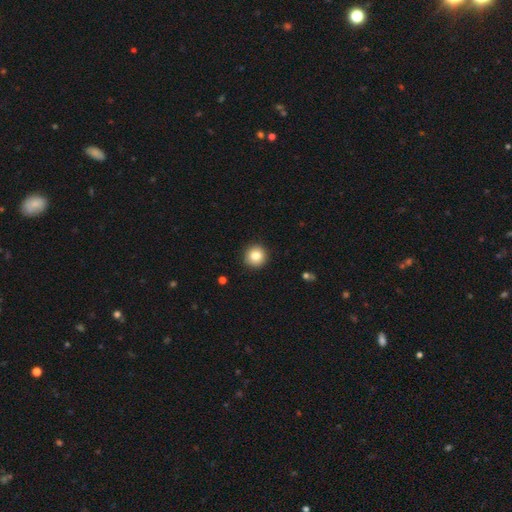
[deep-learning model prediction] Smooth or featured: smooth — 84% (star or artifact — 9%)
How rounded: round — 94% (in between — 5%)
Merging: none — 92% (minor disturbance — 5%)